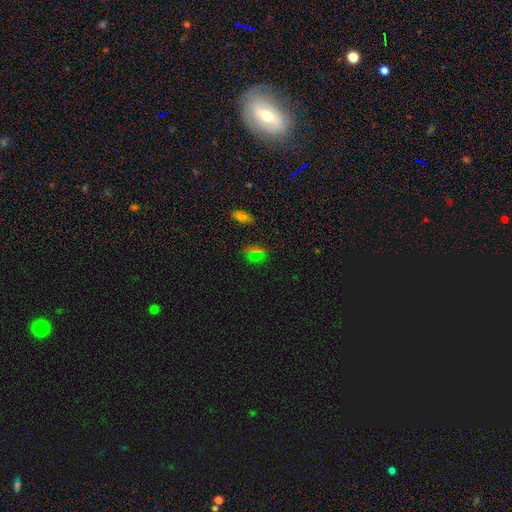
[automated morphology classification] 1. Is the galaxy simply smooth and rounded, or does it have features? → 50% smooth, 43% star or artifact, 7% featured or disk.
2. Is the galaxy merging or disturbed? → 82% none, 11% minor disturbance, 4% major disturbance, 3% merger.